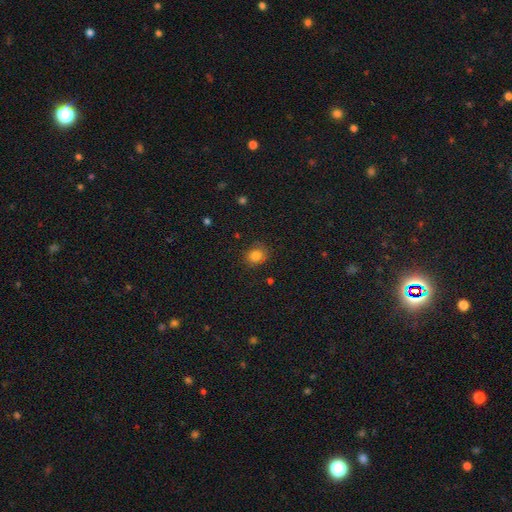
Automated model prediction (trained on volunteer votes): smooth 82%, star or artifact 12%, featured or disk 6%. Down the decision tree: how rounded — round (71%); merging — none (79%).